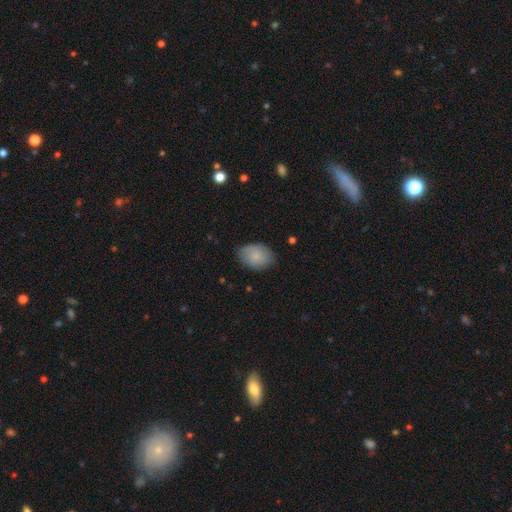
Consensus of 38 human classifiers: smooth_or_featured: smooth (p=0.76) [alt: featured or disk p=0.16]
how_rounded: in between (p=0.93) [alt: round p=0.07]
merging: none (p=0.91) [alt: minor disturbance p=0.09]